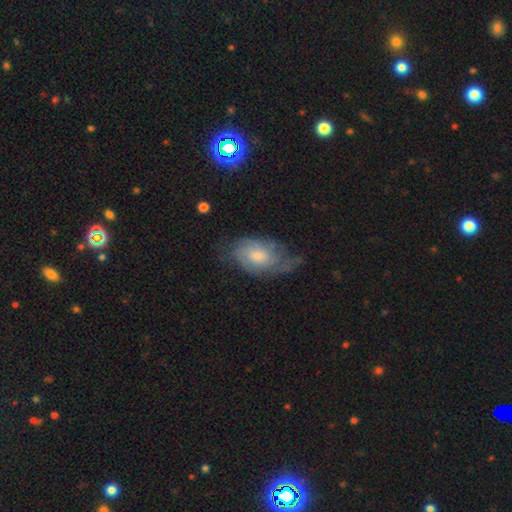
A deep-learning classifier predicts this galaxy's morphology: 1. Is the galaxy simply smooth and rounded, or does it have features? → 56% featured or disk, 36% smooth, 8% star or artifact.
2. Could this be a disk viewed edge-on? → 94% no, 6% yes.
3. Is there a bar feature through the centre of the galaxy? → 74% no, 23% weak, 3% strong.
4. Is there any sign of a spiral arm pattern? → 79% yes, 21% no.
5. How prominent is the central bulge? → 55% moderate, 29% small, 10% large, 5% none, 2% dominant.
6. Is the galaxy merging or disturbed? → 49% none, 32% minor disturbance, 17% major disturbance, 2% merger.